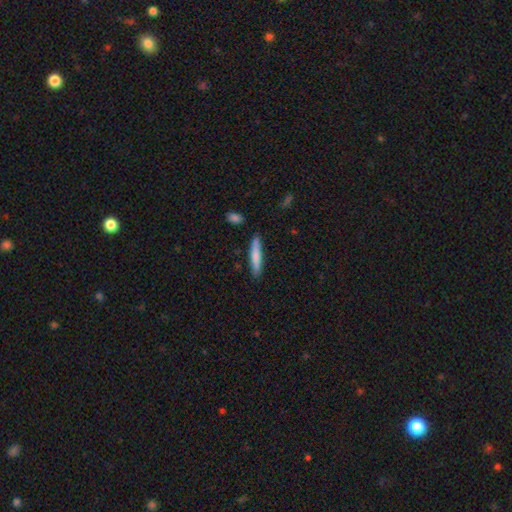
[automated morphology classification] Q: Smooth or featured?
A: smooth (76%); runner-up: featured or disk (18%)
Q: How rounded?
A: cigar-shaped (91%); runner-up: in between (7%)
Q: Merging?
A: none (85%); runner-up: minor disturbance (11%)